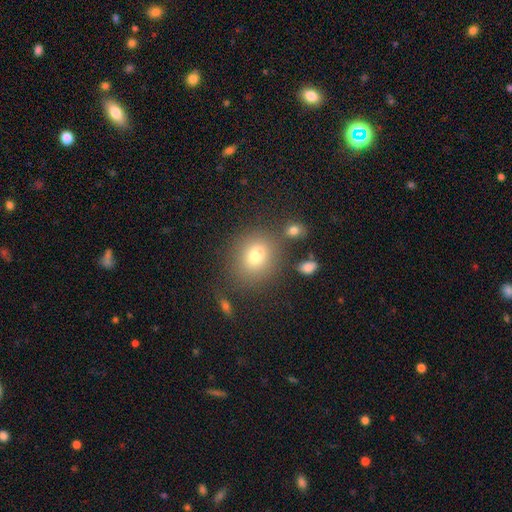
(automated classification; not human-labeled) smooth 75%, star or artifact 13%, featured or disk 12%. Down the decision tree: how rounded — round (66%); merging — none (76%).